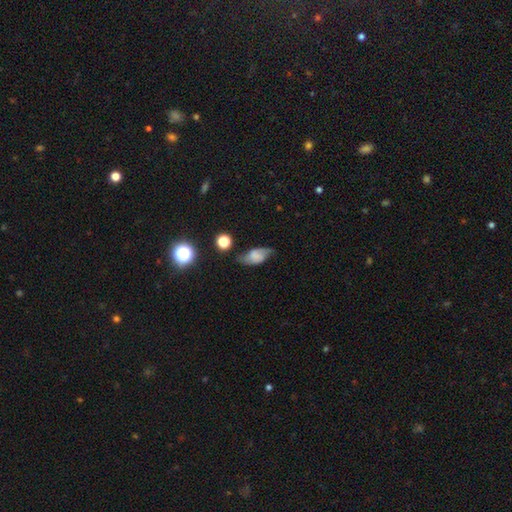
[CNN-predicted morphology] Smooth or featured? Predicted: smooth (p=0.48). Merging? Predicted: none (p=0.60).